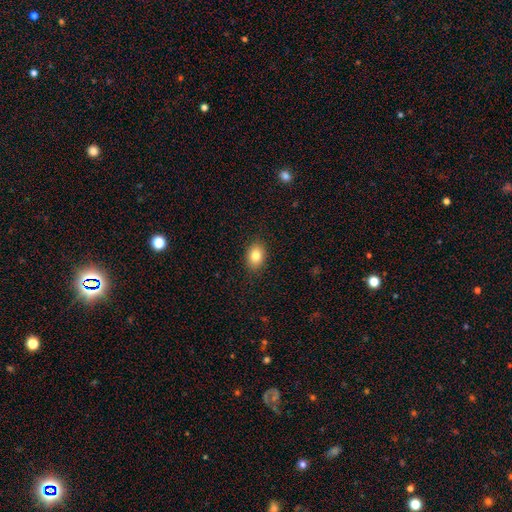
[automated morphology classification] Smooth or featured? smooth (83%)
How rounded? in between (72%)
Merging? none (88%)